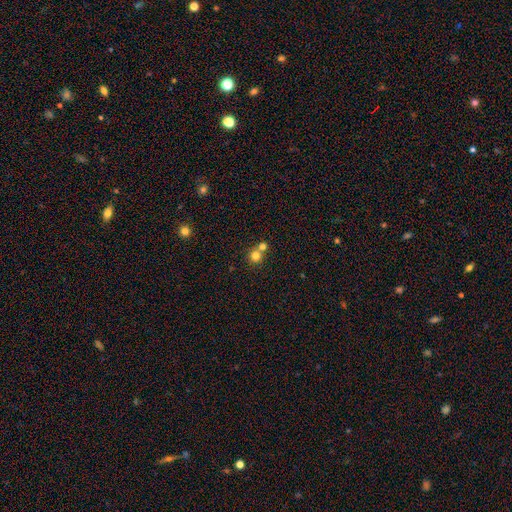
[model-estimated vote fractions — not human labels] This is likely a smooth galaxy (78%). How rounded: clearly round (90%). Merging: possibly none (52%).